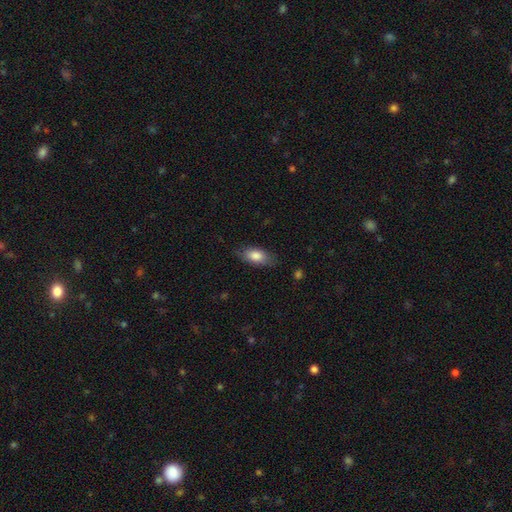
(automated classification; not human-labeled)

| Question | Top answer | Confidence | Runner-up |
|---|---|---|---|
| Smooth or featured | smooth | 82% | featured or disk (11%) |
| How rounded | in between | 87% | cigar-shaped (10%) |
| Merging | none | 79% | minor disturbance (16%) |